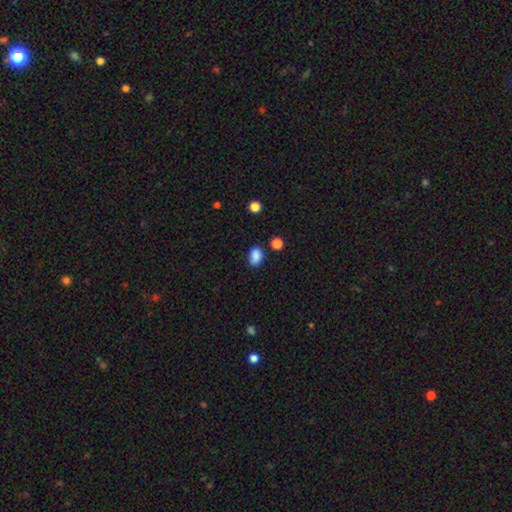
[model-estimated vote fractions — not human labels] Q: Smooth or featured?
A: smooth (86%); runner-up: star or artifact (10%)
Q: How rounded?
A: in between (78%); runner-up: round (21%)
Q: Merging?
A: none (77%); runner-up: minor disturbance (16%)